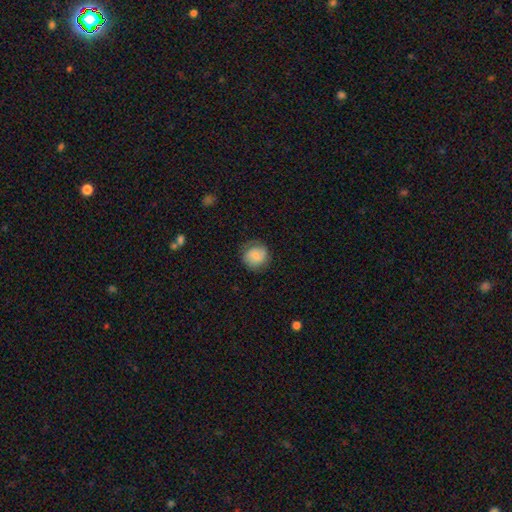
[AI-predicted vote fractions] Smooth or featured? smooth (67%)
How rounded? round (87%)
Merging? none (74%)